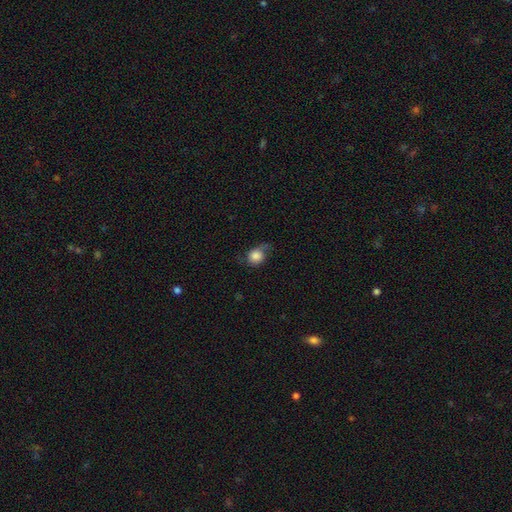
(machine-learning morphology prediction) Smooth or featured? smooth (79%)
How rounded? round (70%)
Merging? none (50%)